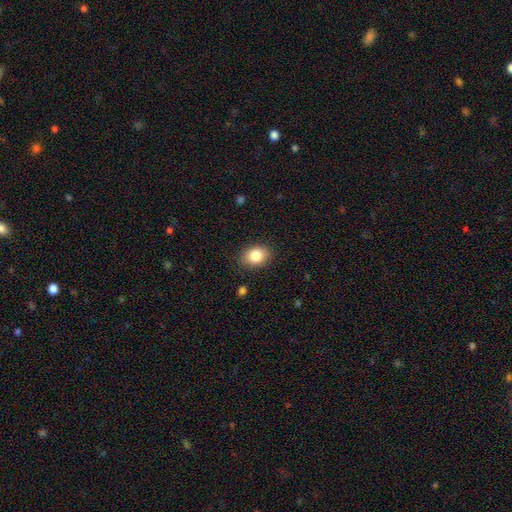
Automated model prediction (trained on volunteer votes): Smooth or featured: smooth — 84% (star or artifact — 9%)
How rounded: in between — 70% (round — 29%)
Merging: none — 87% (minor disturbance — 10%)